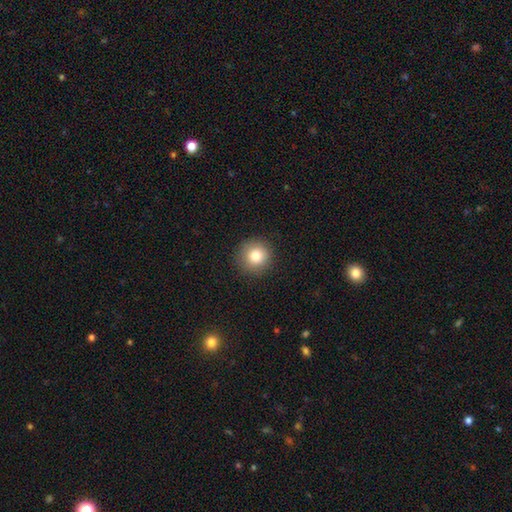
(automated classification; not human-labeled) smooth_or_featured: smooth (p=0.83) [alt: star or artifact p=0.10]
how_rounded: round (p=0.94) [alt: in between p=0.05]
merging: none (p=0.90) [alt: minor disturbance p=0.06]